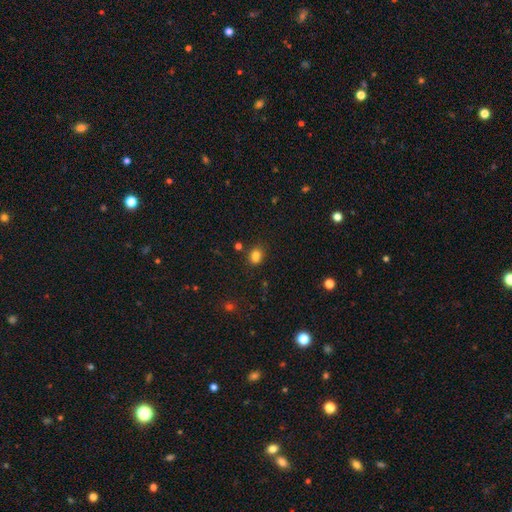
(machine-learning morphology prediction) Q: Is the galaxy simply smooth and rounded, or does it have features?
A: smooth — 79%.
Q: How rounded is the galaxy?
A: in between — 51%.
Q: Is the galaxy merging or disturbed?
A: none — 66%.